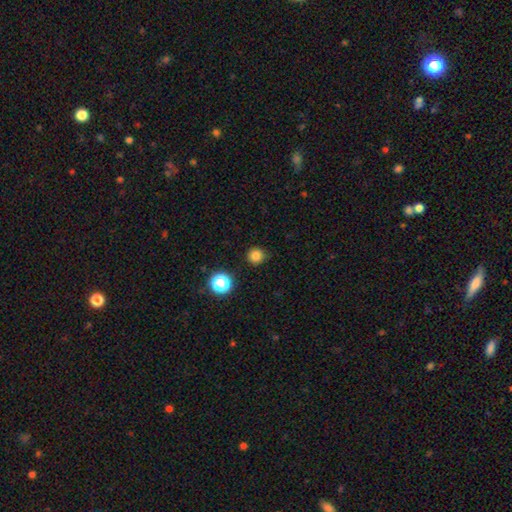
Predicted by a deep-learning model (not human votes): This is clearly a smooth galaxy (82%). How rounded: clearly round (95%). Merging: clearly none (89%).